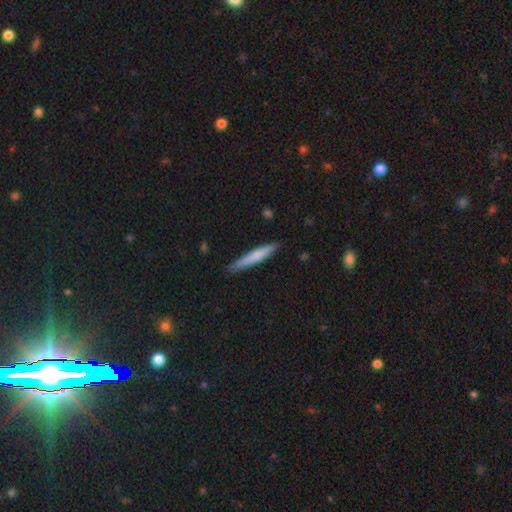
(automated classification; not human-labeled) smooth 66%, featured or disk 28%, star or artifact 6%. Down the decision tree: how rounded — cigar-shaped (95%); merging — none (86%).